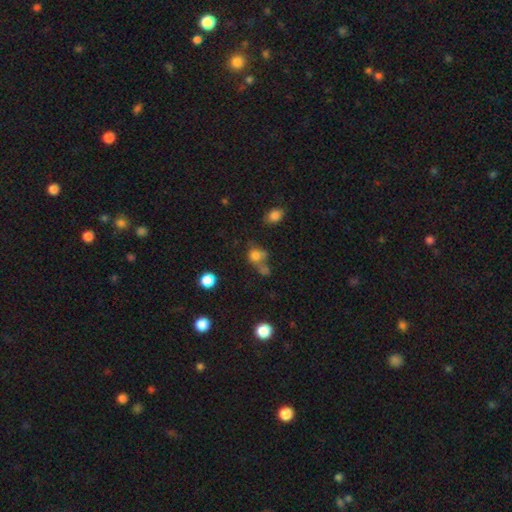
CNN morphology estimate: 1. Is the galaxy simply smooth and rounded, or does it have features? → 72% smooth, 16% star or artifact, 12% featured or disk.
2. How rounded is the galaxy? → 68% round, 31% in between, 2% cigar-shaped.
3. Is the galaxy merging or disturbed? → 40% merger, 33% none, 14% minor disturbance, 13% major disturbance.